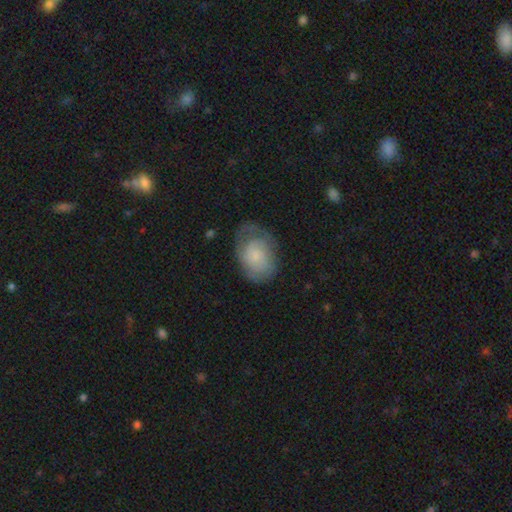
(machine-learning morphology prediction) A featured or disk galaxy (50%).

Vote fractions:
- Smooth or featured? featured or disk: 50% / smooth: 43% / star or artifact: 8%
- Merging? none: 55% / minor disturbance: 26% / major disturbance: 17% / merger: 1%